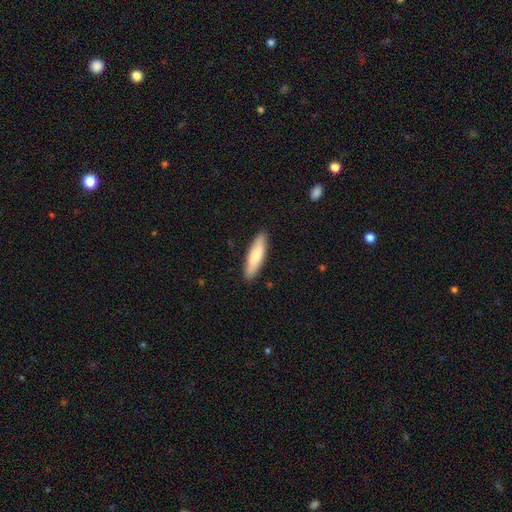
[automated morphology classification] Q: Smooth or featured?
A: smooth (76%); runner-up: featured or disk (19%)
Q: How rounded?
A: cigar-shaped (67%); runner-up: in between (31%)
Q: Merging?
A: none (88%); runner-up: minor disturbance (9%)